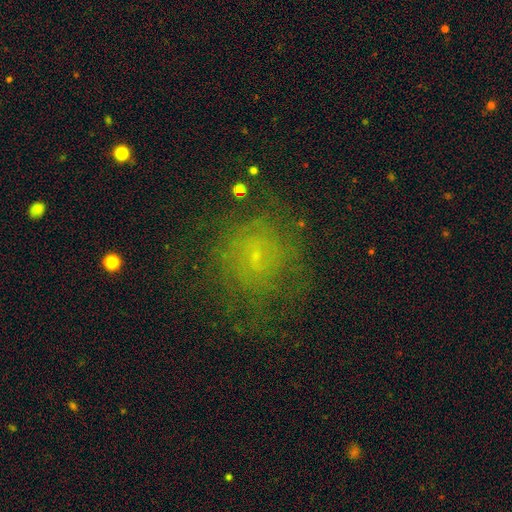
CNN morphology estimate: Q: Smooth or featured?
A: smooth (52%); runner-up: featured or disk (25%)
Q: How rounded?
A: round (84%); runner-up: in between (15%)
Q: Merging?
A: none (70%); runner-up: minor disturbance (16%)